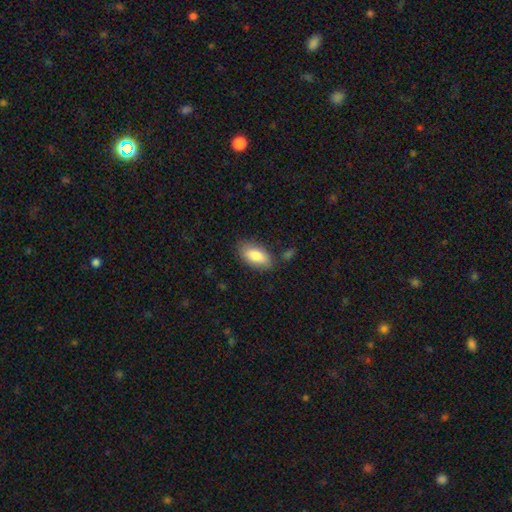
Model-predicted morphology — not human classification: smooth 84%, featured or disk 10%, star or artifact 6%. Down the decision tree: how rounded — in between (91%); merging — none (79%).